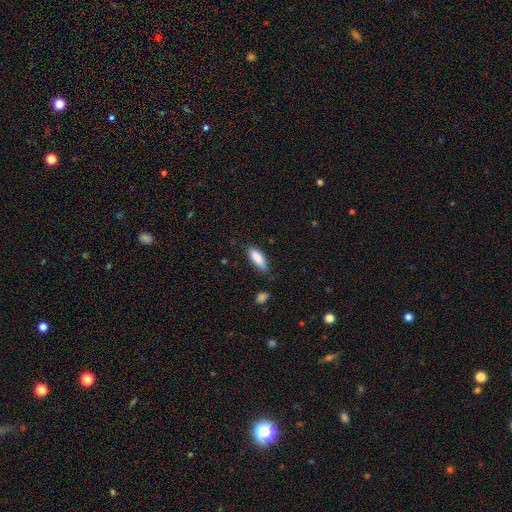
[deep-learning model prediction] smooth-or-featured: smooth: 84% | featured or disk: 9% | star or artifact: 6%
  how-rounded: in between: 65% | cigar-shaped: 33% | round: 2%
  merging: none: 71% | minor disturbance: 22% | major disturbance: 4% | merger: 2%